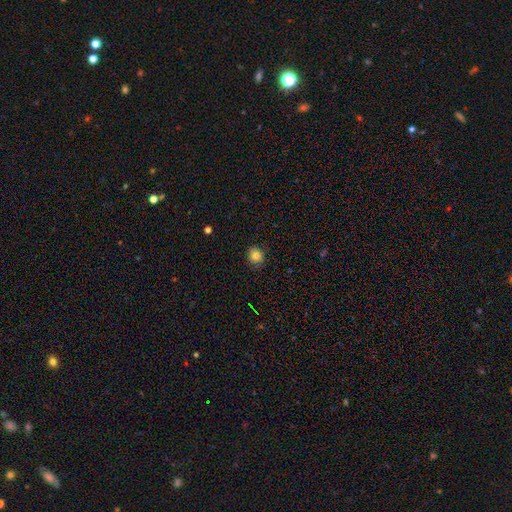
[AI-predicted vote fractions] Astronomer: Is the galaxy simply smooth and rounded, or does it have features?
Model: smooth — 80%.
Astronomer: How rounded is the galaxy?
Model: round — 81%.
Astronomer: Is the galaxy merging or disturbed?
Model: none — 82%.